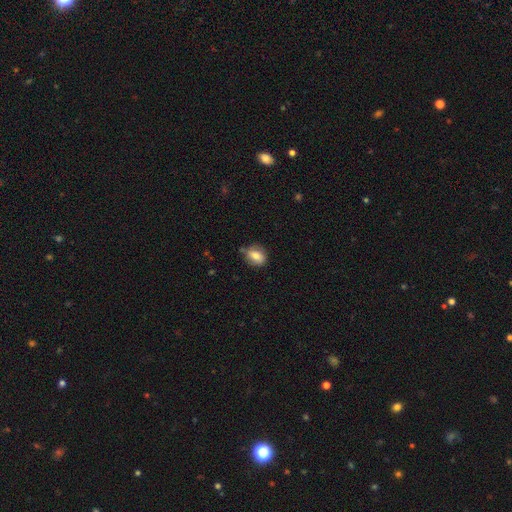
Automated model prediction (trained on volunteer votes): Smooth or featured? Predicted: smooth (p=0.79). How rounded? Predicted: in between (p=0.65). Merging? Predicted: none (p=0.71).